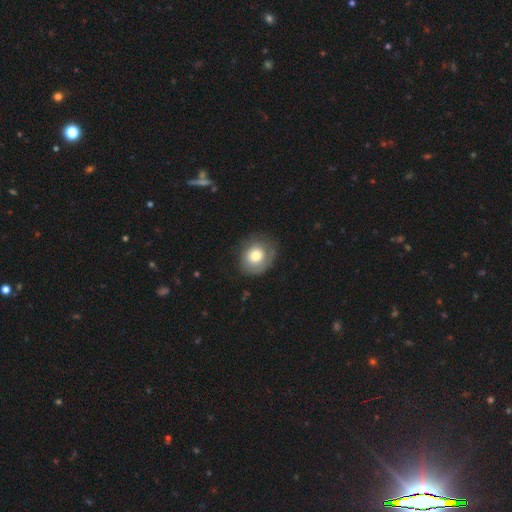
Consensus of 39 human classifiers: This is likely a smooth galaxy (64%). How rounded: likely round (64%). Merging: likely none (78%).